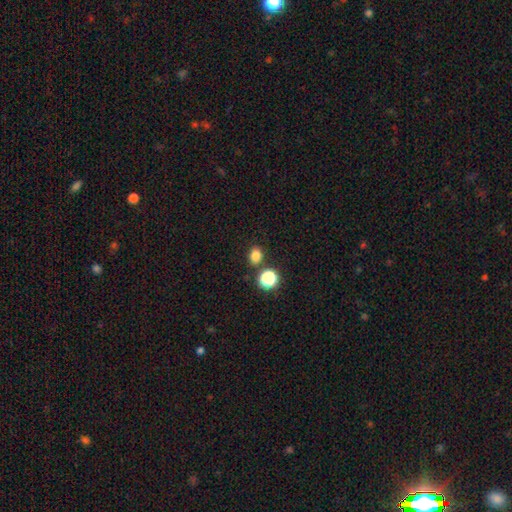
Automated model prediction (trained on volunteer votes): Q: Smooth or featured?
A: smooth (80%); runner-up: star or artifact (16%)
Q: How rounded?
A: round (60%); runner-up: in between (39%)
Q: Merging?
A: none (80%); runner-up: minor disturbance (9%)